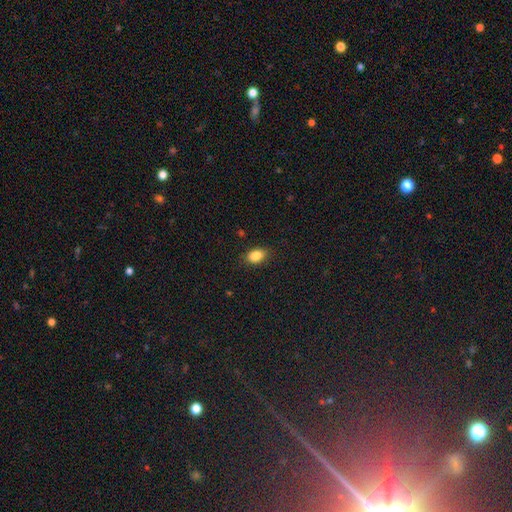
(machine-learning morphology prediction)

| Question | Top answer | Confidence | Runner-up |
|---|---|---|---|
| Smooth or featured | smooth | 87% | star or artifact (9%) |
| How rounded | in between | 86% | round (11%) |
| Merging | none | 81% | minor disturbance (14%) |